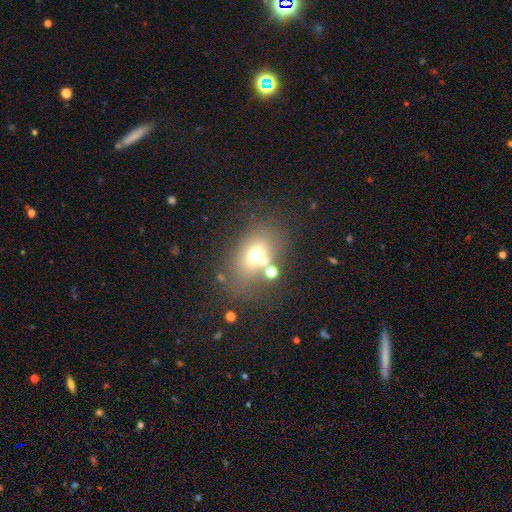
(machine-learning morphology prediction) A smooth galaxy with no disk features (62%) that is in between round and cigar-shaped (65%). Merging: none (59%).